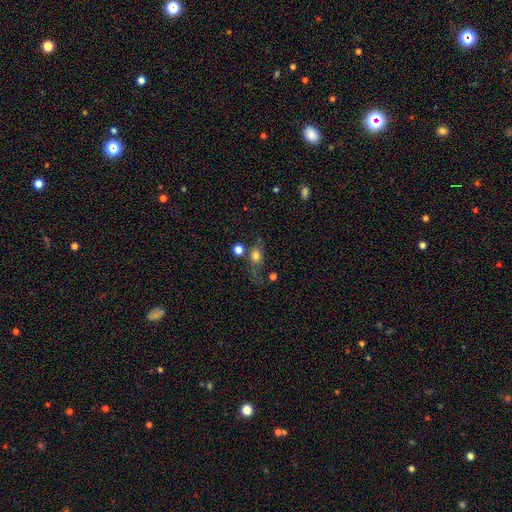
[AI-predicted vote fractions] This appears to be a smooth galaxy with no disk features (70%) that is round (53%). Merging: none (45%).